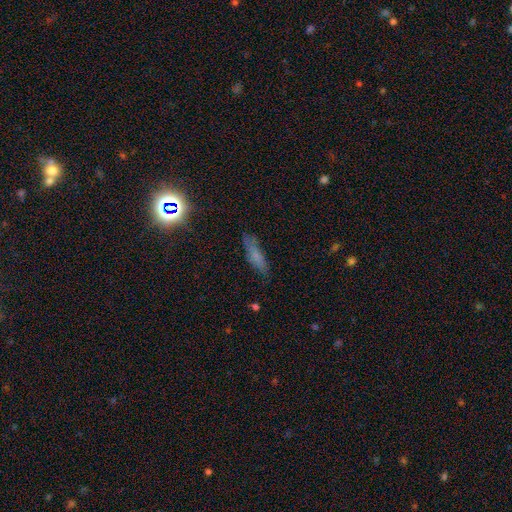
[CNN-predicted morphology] This is likely a smooth galaxy (65%). How rounded: possibly cigar-shaped (60%). Merging: likely none (75%).